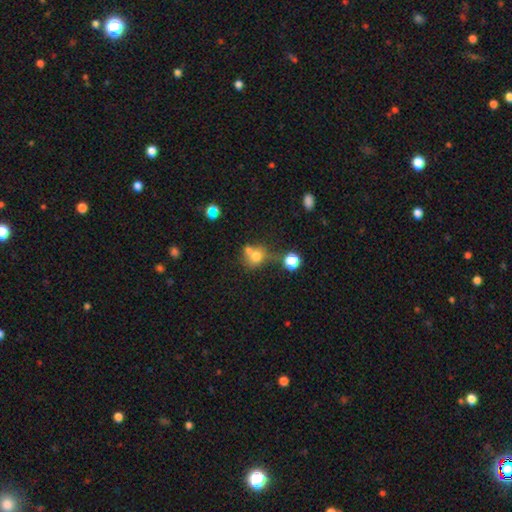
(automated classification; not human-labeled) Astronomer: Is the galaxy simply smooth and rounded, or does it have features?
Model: smooth — 70%.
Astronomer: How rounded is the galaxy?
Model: round — 74%.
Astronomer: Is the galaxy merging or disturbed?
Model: merger — 41% (runner-up: none, 38%).